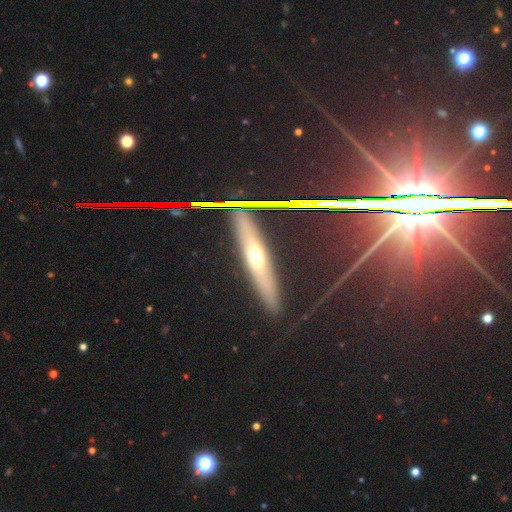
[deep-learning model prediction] Overall: featured or disk (47%; smooth 29%). Merging: none (87%).